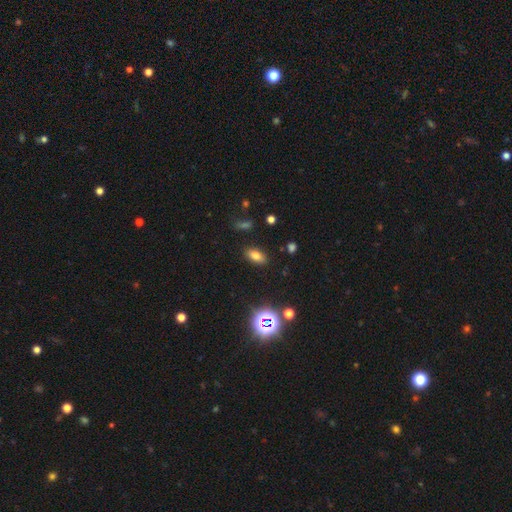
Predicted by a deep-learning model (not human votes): Smooth or featured? smooth (73%)
How rounded? in between (86%)
Merging? none (87%)